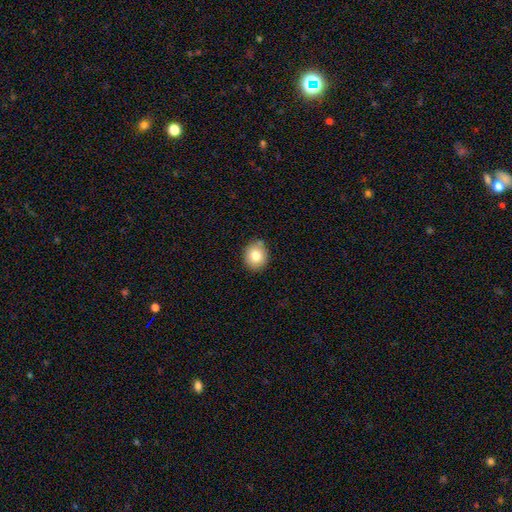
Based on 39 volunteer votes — A smooth galaxy with no disk features (87%) that is round (82%).

Vote fractions:
- Smooth or featured? smooth: 87% / star or artifact: 8% / featured or disk: 5%
- How rounded? round: 82% / in between: 18% / cigar-shaped: 0%
- Merging? none: 78% / minor disturbance: 14% / major disturbance: 8% / merger: 0%